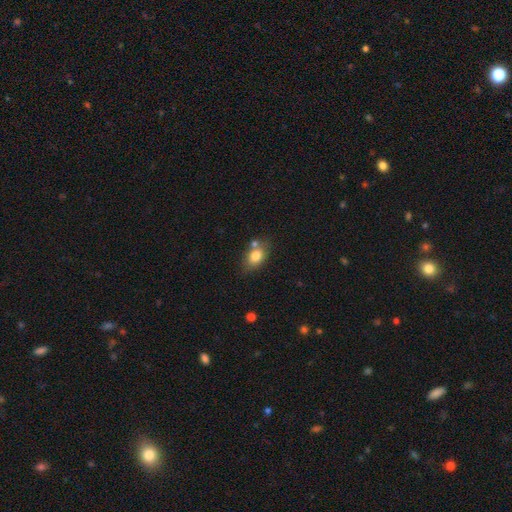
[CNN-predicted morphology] Smooth or featured?
  - smooth: 79% *
  - featured or disk: 12%
  - star or artifact: 9%
How rounded?
  - in between: 78% *
  - round: 20%
  - cigar-shaped: 2%
Merging?
  - none: 60% *
  - merger: 19%
  - minor disturbance: 16%
  - major disturbance: 4%